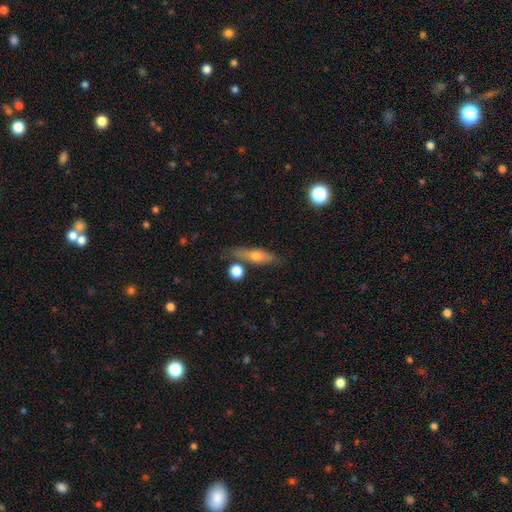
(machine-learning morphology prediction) A featured or disk galaxy (47%). Merging: none (75%).